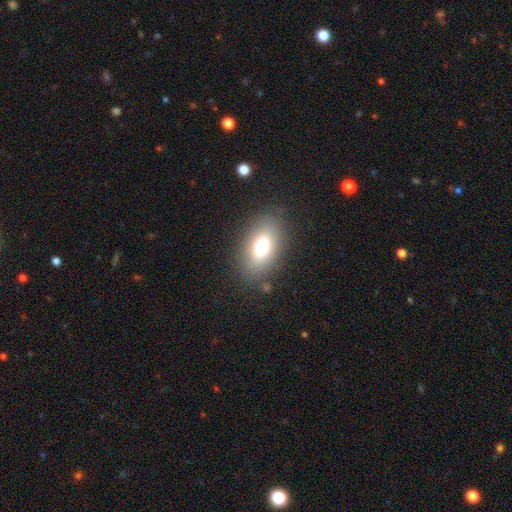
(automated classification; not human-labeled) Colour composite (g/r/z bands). It shows a smooth galaxy with no disk features (71%) that is in between round and cigar-shaped (88%). Merging: none (84%).